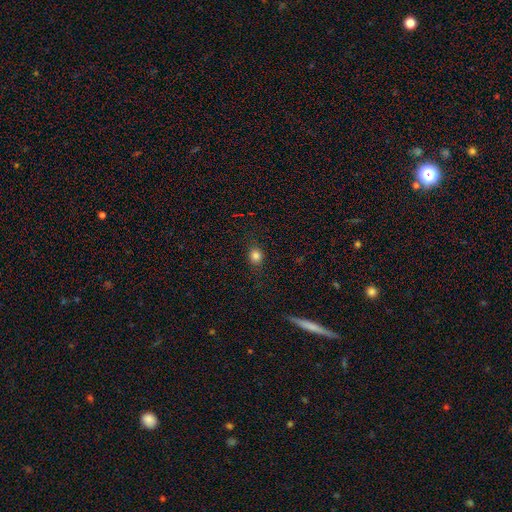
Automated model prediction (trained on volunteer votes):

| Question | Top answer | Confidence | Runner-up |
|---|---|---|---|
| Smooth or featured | smooth | 81% | star or artifact (13%) |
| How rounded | round | 69% | in between (29%) |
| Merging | none | 86% | minor disturbance (10%) |